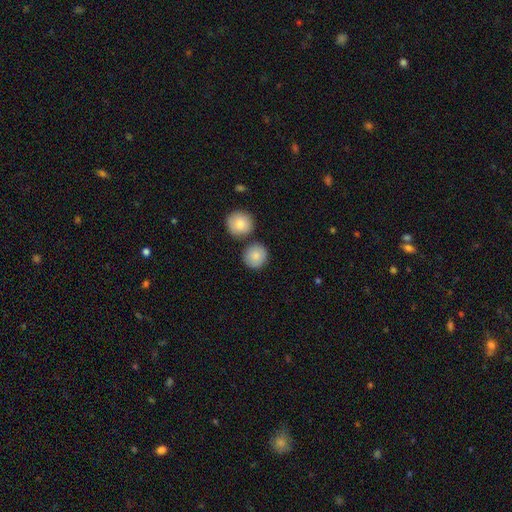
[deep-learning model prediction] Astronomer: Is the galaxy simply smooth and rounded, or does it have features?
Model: smooth — 85%.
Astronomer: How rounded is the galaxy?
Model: round — 89%.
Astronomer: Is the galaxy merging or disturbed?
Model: none — 76%.